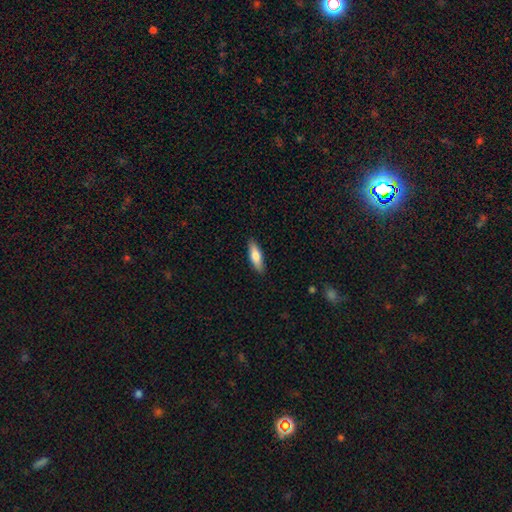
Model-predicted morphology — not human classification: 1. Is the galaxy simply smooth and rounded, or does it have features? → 73% smooth, 21% featured or disk, 6% star or artifact.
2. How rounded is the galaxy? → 49% cigar-shaped (tied), 49% in between (tied), 2% round.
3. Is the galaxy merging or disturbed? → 89% none, 9% minor disturbance, 2% major disturbance, 1% merger.